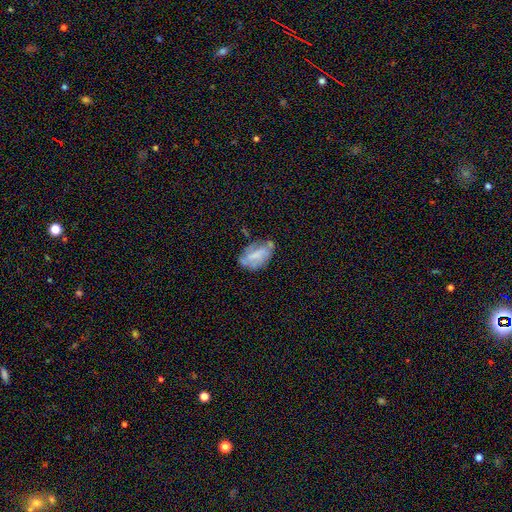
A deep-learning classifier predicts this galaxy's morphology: Q: Smooth or featured?
A: smooth (50%); runner-up: featured or disk (41%)
Q: How rounded?
A: in between (91%); runner-up: round (6%)
Q: Merging?
A: none (46%); runner-up: minor disturbance (32%)